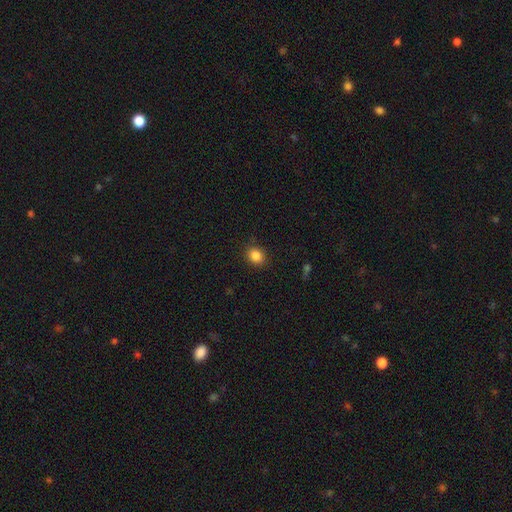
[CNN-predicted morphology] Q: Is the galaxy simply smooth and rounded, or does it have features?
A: smooth — 86%.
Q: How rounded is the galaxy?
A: round — 57%.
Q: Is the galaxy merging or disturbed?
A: none — 87%.